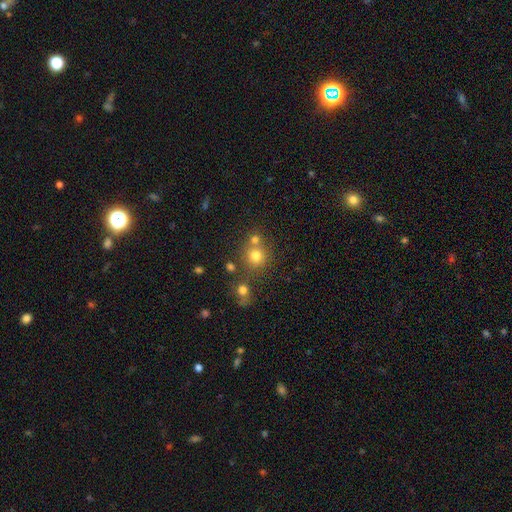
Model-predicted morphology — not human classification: A smooth galaxy with no disk features (75%) that is round (89%). Merging: none (62%).